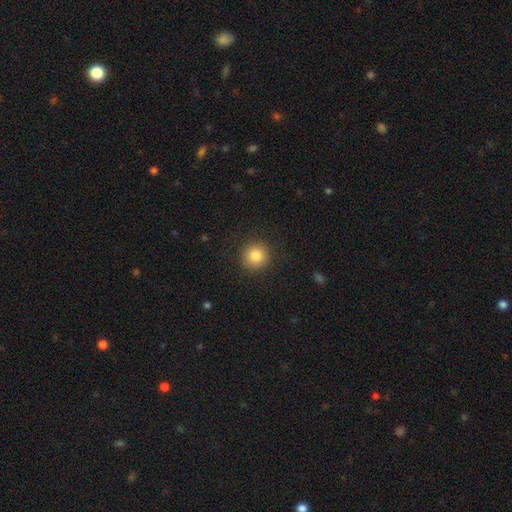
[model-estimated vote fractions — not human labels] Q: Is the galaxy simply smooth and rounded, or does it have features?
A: smooth — 84%.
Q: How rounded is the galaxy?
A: round — 93%.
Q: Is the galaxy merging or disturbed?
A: none — 90%.